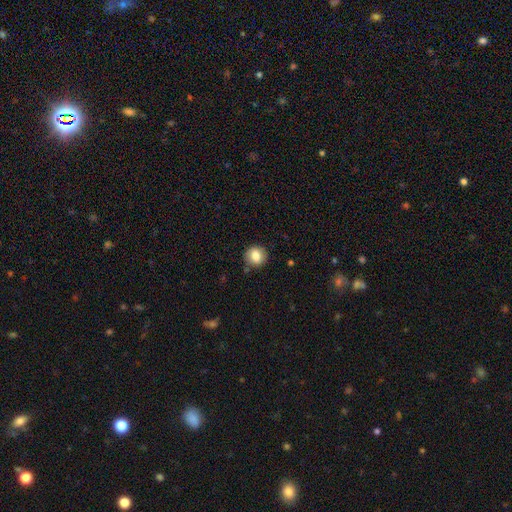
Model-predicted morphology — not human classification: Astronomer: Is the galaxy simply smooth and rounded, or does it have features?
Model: smooth — 80%.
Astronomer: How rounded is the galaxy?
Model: round — 85%.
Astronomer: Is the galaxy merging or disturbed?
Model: none — 83%.